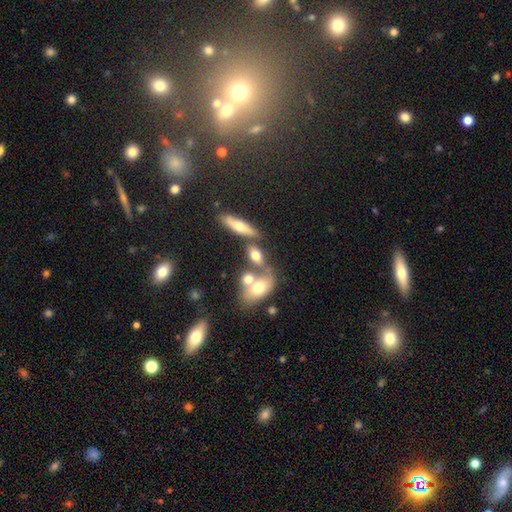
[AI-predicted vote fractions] A smooth galaxy with no disk features (61%) that is in between round and cigar-shaped (68%).

Vote fractions:
- Smooth or featured? smooth: 61% / featured or disk: 28% / star or artifact: 10%
- How rounded? in between: 68% / cigar-shaped: 17% / round: 15%
- Merging? none: 42% / merger: 41% / minor disturbance: 11% / major disturbance: 6%